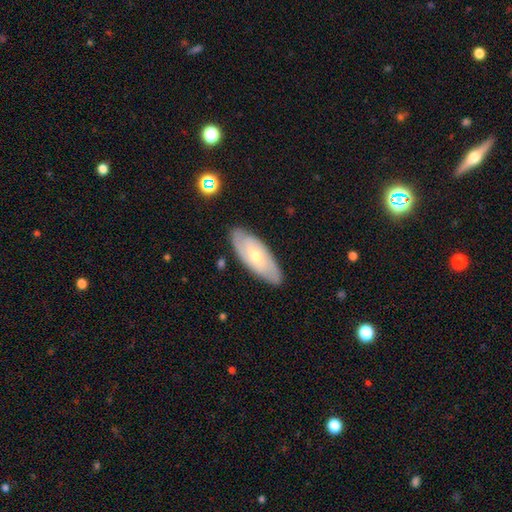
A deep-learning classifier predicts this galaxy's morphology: smooth-or-featured: featured or disk: 61% | smooth: 33% | star or artifact: 6%
  disk-edge-on: no: 83% | yes: 17%
    bar: no: 54% | weak: 37% | strong: 9%
    has-spiral-arms: yes: 81% | no: 19%
    bulge-size: small: 48% (tied) | moderate: 48% (tied) | large: 2% | none: 1% | dominant: 1%
  merging: none: 84% | minor disturbance: 12% | major disturbance: 2% | merger: 1%